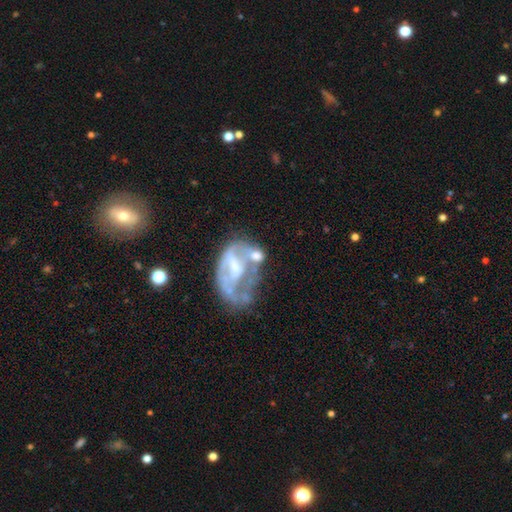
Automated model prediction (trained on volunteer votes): The model was most divided on "bulge size": none: 39%, moderate: 32%, small: 19%, large: 8%, dominant: 2%. Remaining: edge-on disk — no (96%); spiral arms — no (73%); smooth or featured — featured or disk (61%); bar — no (54%); merging — major disturbance (35%).